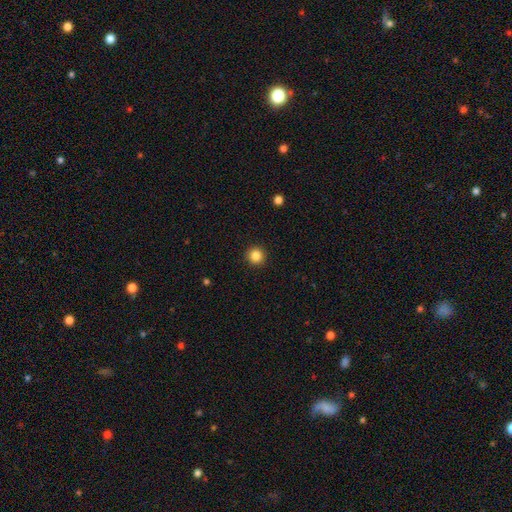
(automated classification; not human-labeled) Q: Smooth or featured?
A: smooth (85%); runner-up: star or artifact (11%)
Q: How rounded?
A: round (95%); runner-up: in between (4%)
Q: Merging?
A: none (93%); runner-up: minor disturbance (5%)